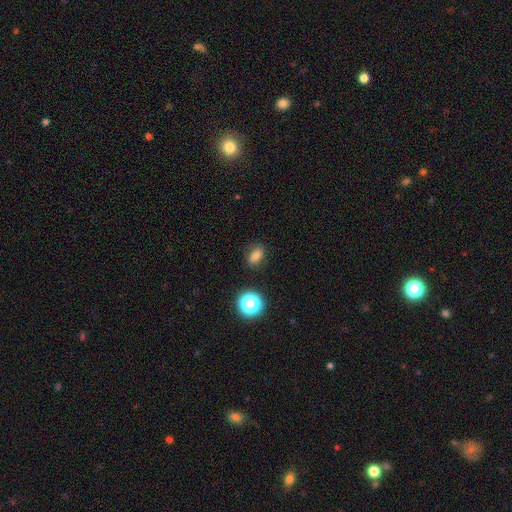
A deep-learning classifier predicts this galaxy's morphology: smooth-or-featured: smooth: 72% | star or artifact: 17% | featured or disk: 11%
  how-rounded: in between: 77% | round: 21% | cigar-shaped: 3%
  merging: none: 74% | minor disturbance: 18% | major disturbance: 6% | merger: 2%